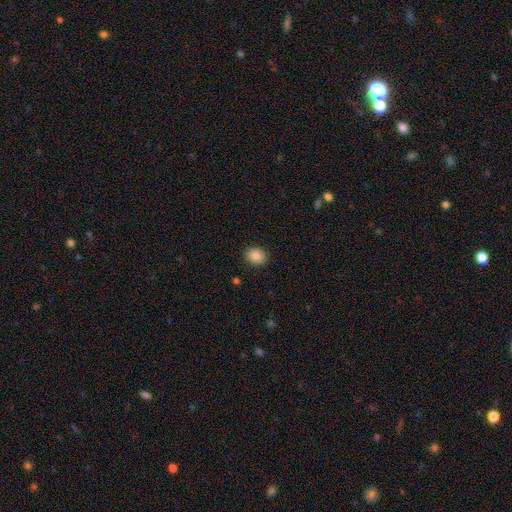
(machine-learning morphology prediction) This is clearly a smooth galaxy (86%). How rounded: likely round (64%). Merging: clearly none (89%).